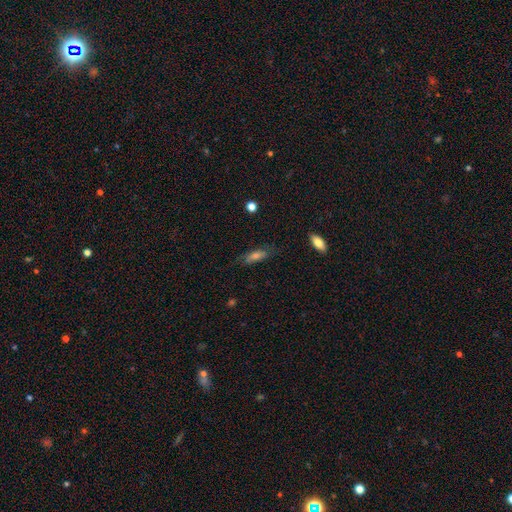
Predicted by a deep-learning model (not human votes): smooth 55%, featured or disk 33%, star or artifact 12%. Down the decision tree: how rounded — in between (50%); merging — none (72%).